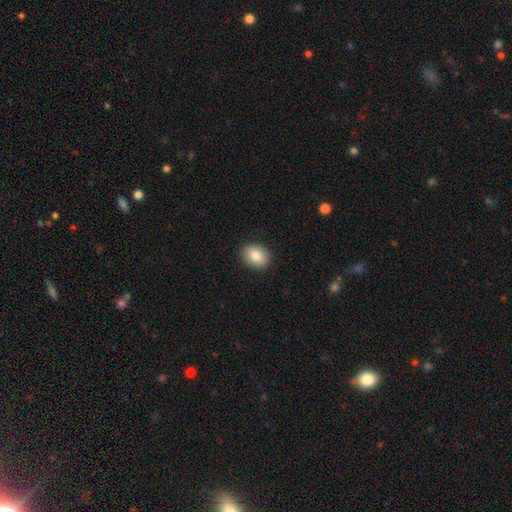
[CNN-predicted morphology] Smooth or featured?
  - smooth: 82% *
  - featured or disk: 10%
  - star or artifact: 8%
How rounded?
  - in between: 60% *
  - round: 39%
  - cigar-shaped: 1%
Merging?
  - none: 90% *
  - minor disturbance: 7%
  - major disturbance: 2%
  - merger: 1%